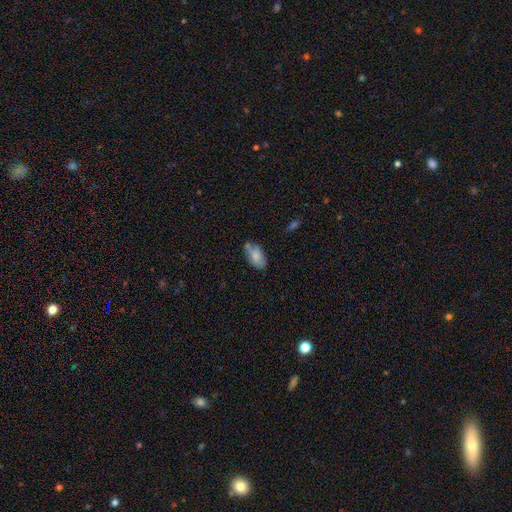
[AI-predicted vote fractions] smooth 77%, featured or disk 16%, star or artifact 7%. Down the decision tree: how rounded — in between (93%); merging — none (65%).